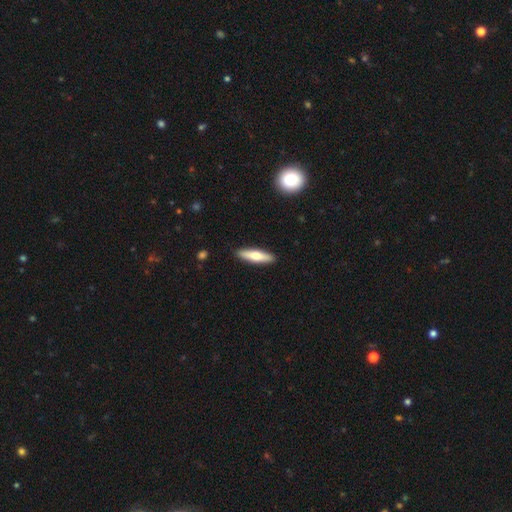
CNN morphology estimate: This is possibly a smooth galaxy (58%). How rounded: likely cigar-shaped (76%). Merging: clearly none (91%).